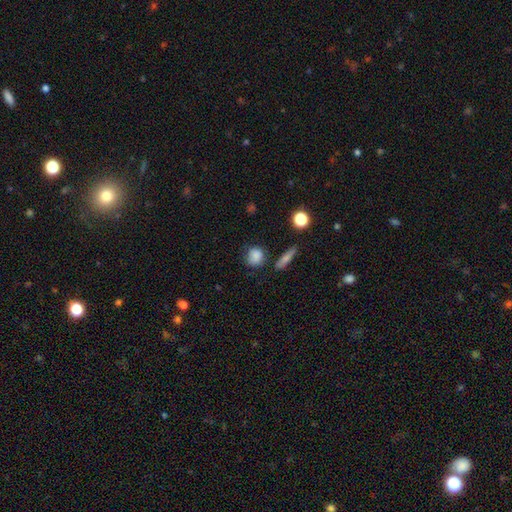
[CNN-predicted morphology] This is clearly a smooth galaxy (83%). How rounded: likely round (77%). Merging: likely none (70%).